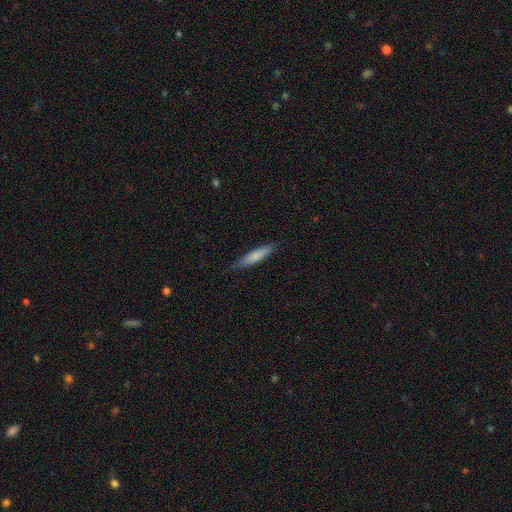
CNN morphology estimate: A smooth galaxy with no disk features (75%) that is cigar-shaped (85%).

Vote fractions:
- Smooth or featured? smooth: 75% / featured or disk: 19% / star or artifact: 6%
- How rounded? cigar-shaped: 85% / in between: 13% / round: 1%
- Merging? none: 84% / minor disturbance: 13% / major disturbance: 2% / merger: 1%